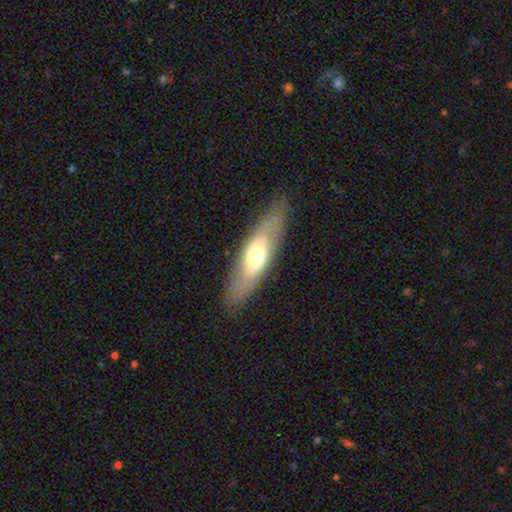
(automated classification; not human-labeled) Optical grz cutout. It shows a smooth galaxy with no disk features (50%). Merging: none (85%).